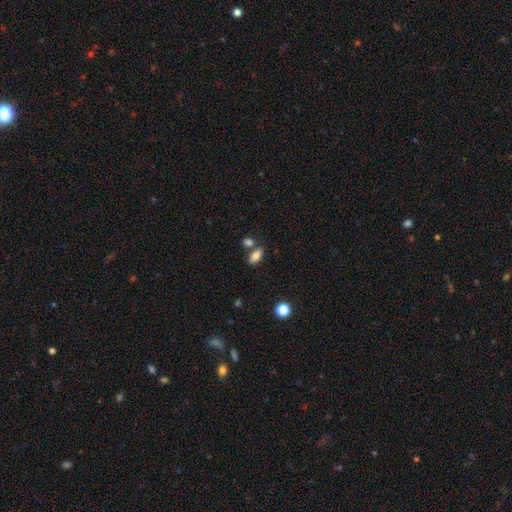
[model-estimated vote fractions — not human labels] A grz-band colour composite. It shows a smooth galaxy with no disk features (81%) that is in between round and cigar-shaped (87%). Merging: none (64%).